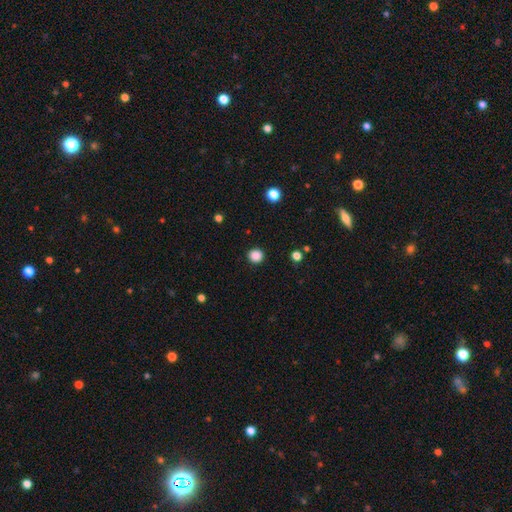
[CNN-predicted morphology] smooth 87%, star or artifact 11%, featured or disk 3%. Down the decision tree: how rounded — round (92%); merging — none (92%).